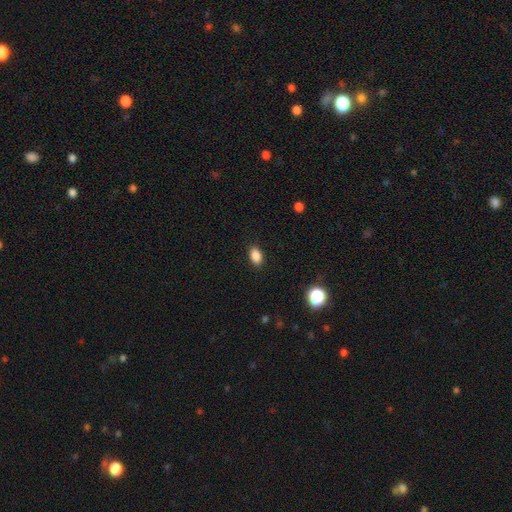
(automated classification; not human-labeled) A smooth galaxy with no disk features (87%) that is in between round and cigar-shaped (88%). Merging: none (89%).